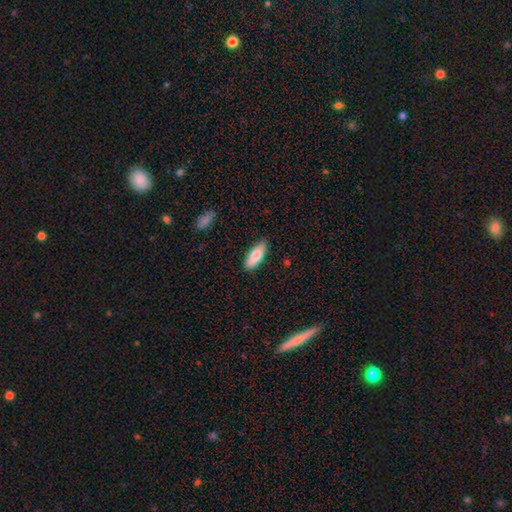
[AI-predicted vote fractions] A smooth galaxy with no disk features (78%) that is in between round and cigar-shaped (69%). Merging: none (85%).